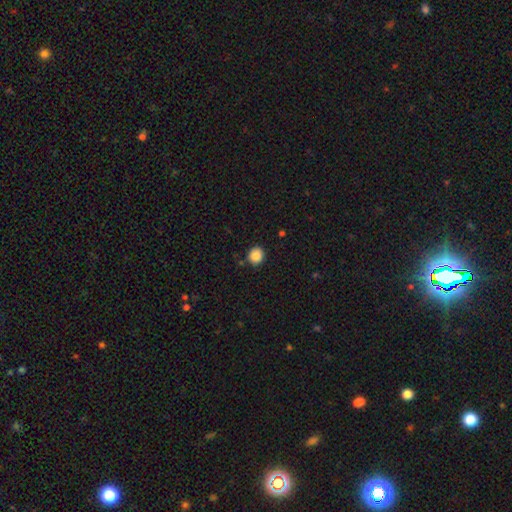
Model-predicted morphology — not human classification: Q: Smooth or featured?
A: smooth (87%); runner-up: star or artifact (9%)
Q: How rounded?
A: round (87%); runner-up: in between (12%)
Q: Merging?
A: none (87%); runner-up: minor disturbance (8%)